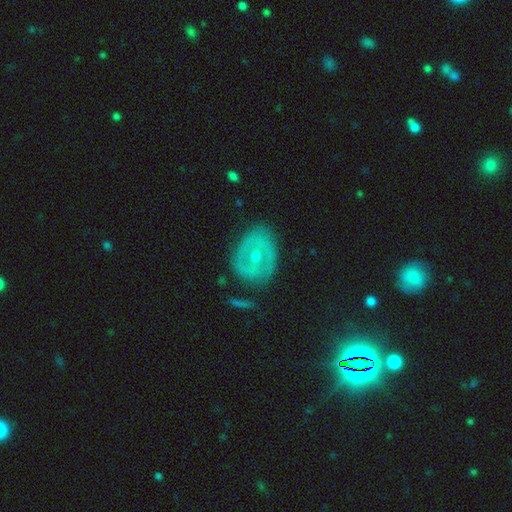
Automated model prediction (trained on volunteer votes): A featured or disk galaxy (70%) with no bar (56%), spiral arms (62%) and a small central bulge (62%). Merging: none (72%).